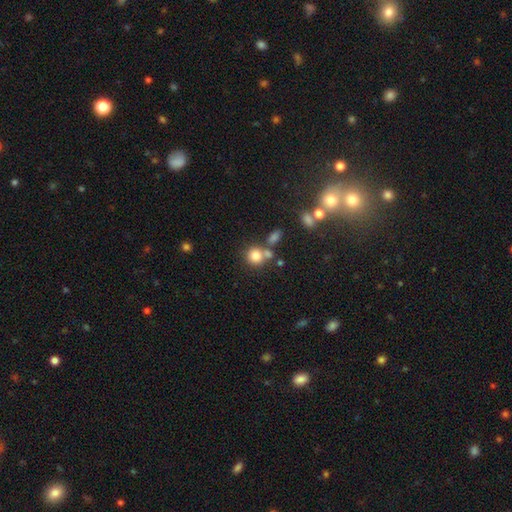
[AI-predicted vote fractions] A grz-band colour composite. It shows a smooth galaxy with no disk features (78%) that is round (86%). Merging: none (56%).